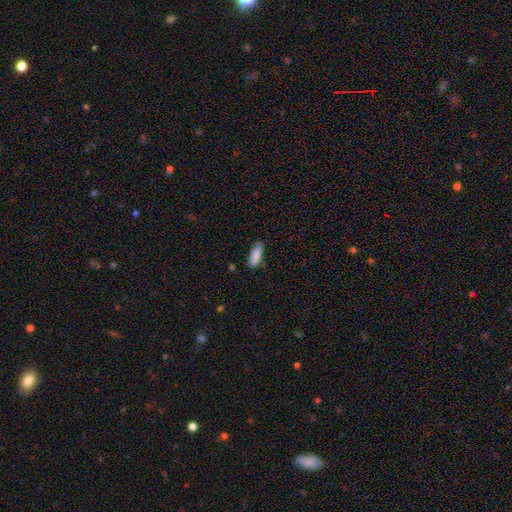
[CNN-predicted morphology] This appears to be a smooth galaxy with no disk features (87%) that is in between round and cigar-shaped (62%). Merging: none (73%).